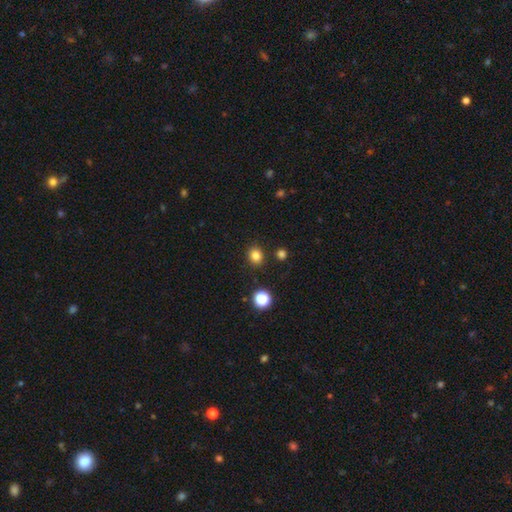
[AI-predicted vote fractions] Smooth or featured?
  - smooth: 82% *
  - star or artifact: 14%
  - featured or disk: 4%
How rounded?
  - round: 73% *
  - in between: 26%
  - cigar-shaped: 1%
Merging?
  - none: 88% *
  - minor disturbance: 7%
  - merger: 3%
  - major disturbance: 2%